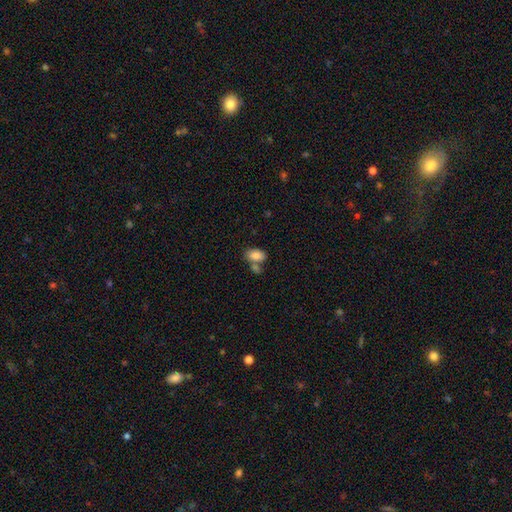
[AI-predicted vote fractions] smooth 85%, star or artifact 8%, featured or disk 7%. Down the decision tree: how rounded — in between (90%); merging — none (48%).